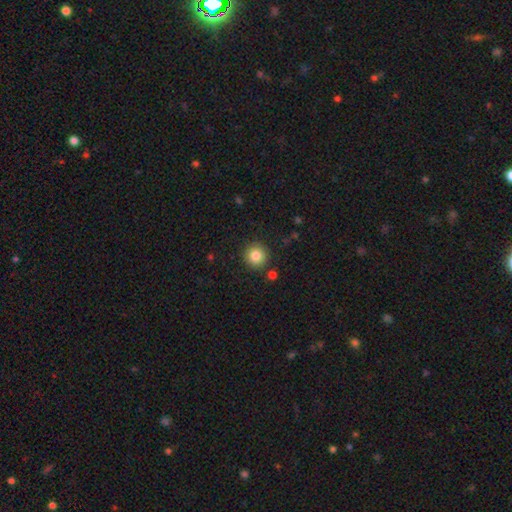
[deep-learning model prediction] Smooth or featured? Predicted: smooth (p=0.84). How rounded? Predicted: round (p=0.94). Merging? Predicted: none (p=0.90).